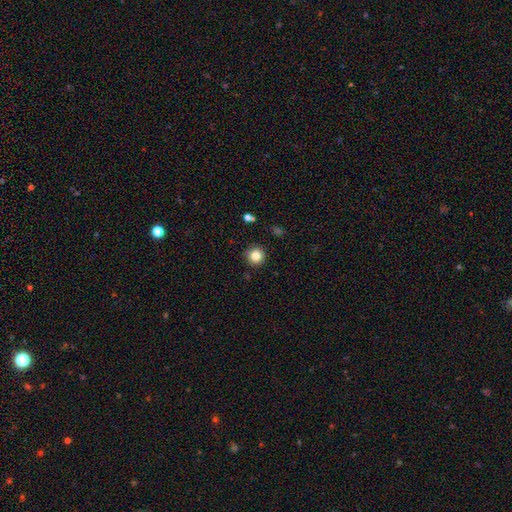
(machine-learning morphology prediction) A smooth galaxy with no disk features (84%) that is round (95%). Merging: none (89%).